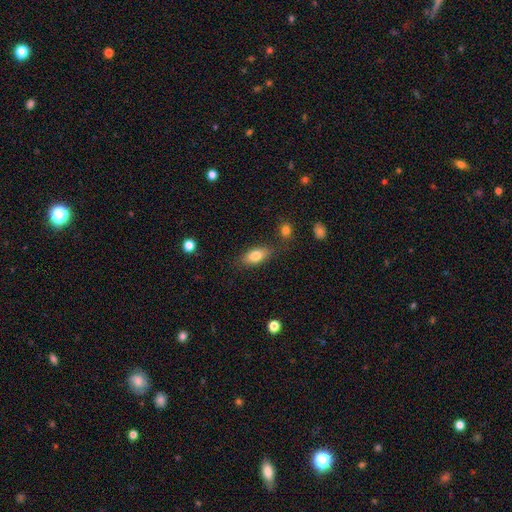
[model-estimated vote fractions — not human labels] Overall: smooth (80%). How rounded: in between (85%). Merging: none (78%).